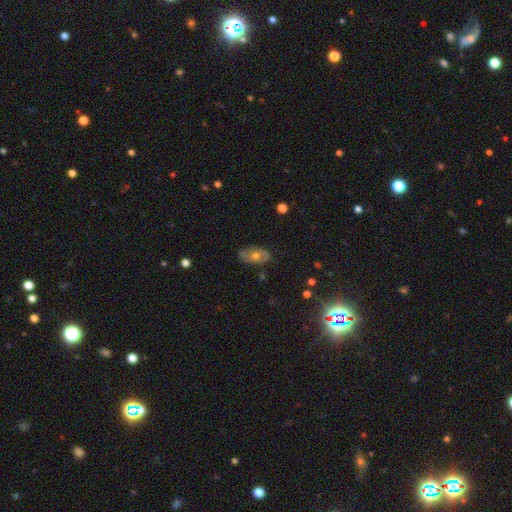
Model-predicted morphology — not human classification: Smooth or featured? Predicted: featured or disk (p=0.48). Merging? Predicted: none (p=0.80).